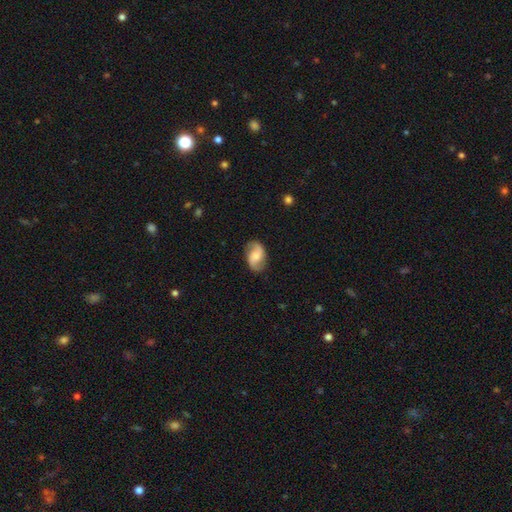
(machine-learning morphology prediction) smooth-or-featured: featured or disk: 66% | smooth: 27% | star or artifact: 7%
  disk-edge-on: no: 97% | yes: 3%
    bar: no: 51% | weak: 39% | strong: 9%
    has-spiral-arms: yes: 94% | no: 6%
      spiral-winding: loose: 55% | medium: 34% | tight: 11%
      spiral-arm-count: 2: 91% | can't tell: 4% | 1: 2% | 3: 1% | 4: 1% | more than 4: 1%
    bulge-size: moderate: 40% | small: 32% | none: 14% | large: 11% | dominant: 2%
  merging: none: 80% | minor disturbance: 14% | major disturbance: 4% | merger: 1%